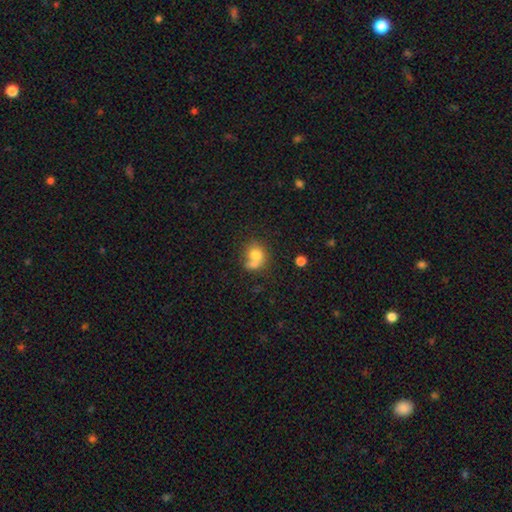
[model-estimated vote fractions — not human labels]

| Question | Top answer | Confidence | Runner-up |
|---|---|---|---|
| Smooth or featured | smooth | 74% | featured or disk (15%) |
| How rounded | round | 71% | in between (28%) |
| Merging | merger | 44% | none (34%) |